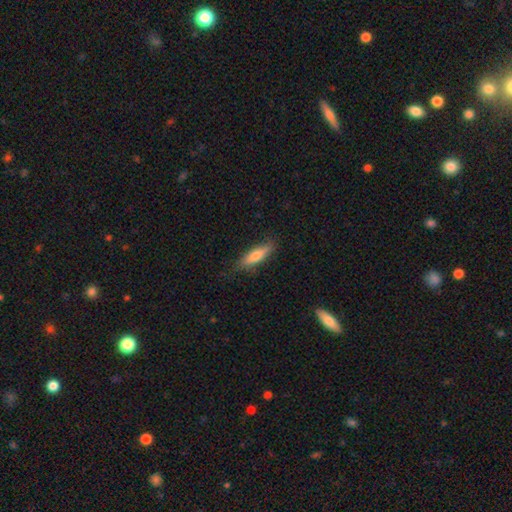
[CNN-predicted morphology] Overall: smooth (71%). How rounded: cigar-shaped (63%; in between 36%). Merging: none (80%).